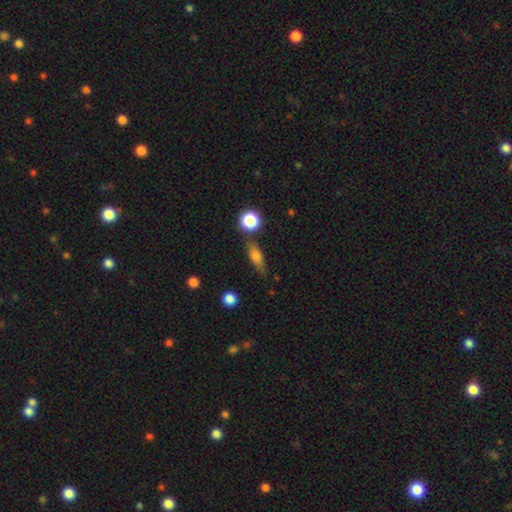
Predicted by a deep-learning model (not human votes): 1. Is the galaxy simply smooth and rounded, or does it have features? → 70% smooth, 19% featured or disk, 11% star or artifact.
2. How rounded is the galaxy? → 52% in between, 38% cigar-shaped, 10% round.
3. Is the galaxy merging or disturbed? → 68% none, 20% minor disturbance, 6% merger, 6% major disturbance.